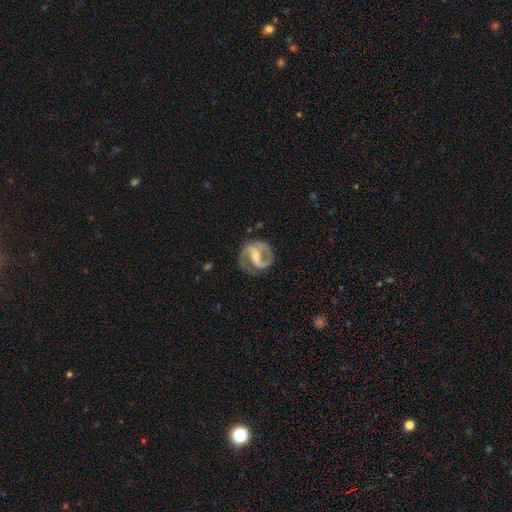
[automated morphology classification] A featured or disk galaxy (88%) with a strong bar (45%), 2 (88%) medium (55%) spiral arms (95%) and a small central bulge (51%).

Vote fractions:
- Smooth or featured? featured or disk: 88% / smooth: 8% / star or artifact: 5%
- Edge-on disk? no: 98% / yes: 2%
- Bar? strong: 45% / weak: 37% / no: 18%
- Spiral arms? yes: 95% / no: 5%
- Spiral winding? medium: 55% / tight: 24% / loose: 21%
- Spiral arm count? 2: 88% / 1: 4% / can't tell: 3% / 3: 2% / 4: 1% / more than 4: 1%
- Bulge size? small: 51% / moderate: 39% / none: 6% / large: 3% / dominant: 1%
- Merging? none: 72% / minor disturbance: 17% / major disturbance: 9% / merger: 2%